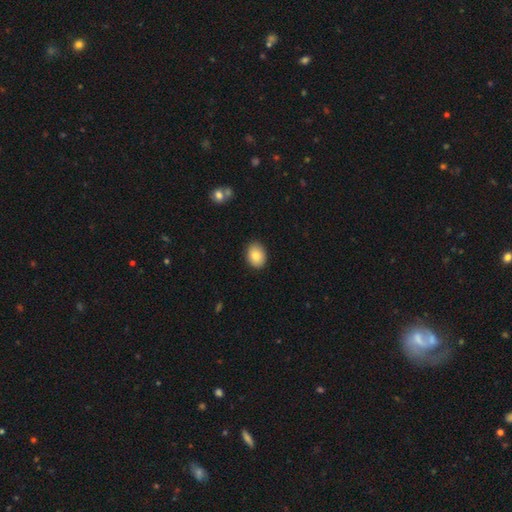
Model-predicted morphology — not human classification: This appears to be a smooth galaxy with no disk features (84%) that is in between round and cigar-shaped (68%). Merging: none (90%).